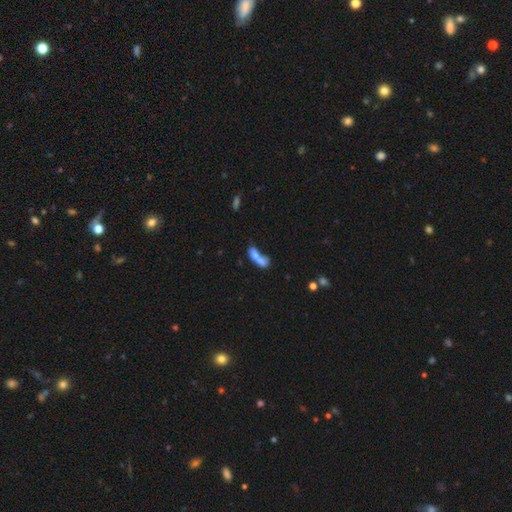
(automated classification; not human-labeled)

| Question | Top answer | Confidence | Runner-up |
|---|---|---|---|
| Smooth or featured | smooth | 63% | featured or disk (26%) |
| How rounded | in between | 66% | cigar-shaped (22%) |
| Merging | merger | 67% | none (19%) |